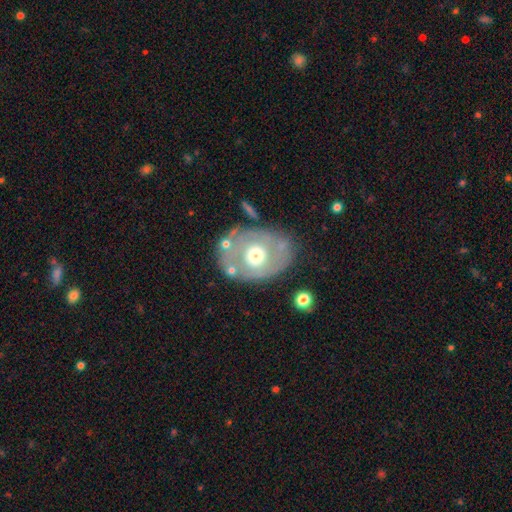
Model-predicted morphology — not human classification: Q: Smooth or featured?
A: featured or disk (54%); runner-up: smooth (39%)
Q: Edge-on disk?
A: no (93%); runner-up: yes (7%)
Q: Merging?
A: none (69%); runner-up: minor disturbance (16%)